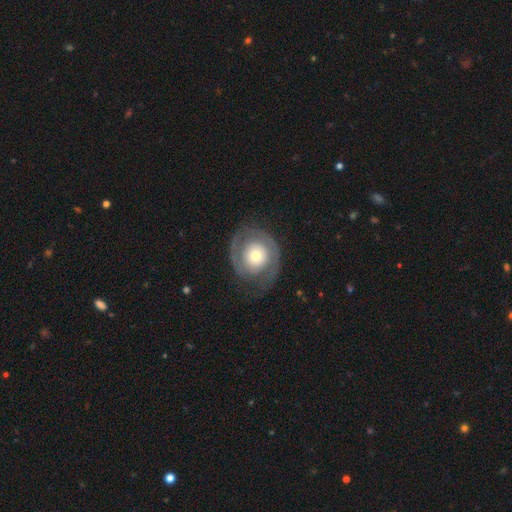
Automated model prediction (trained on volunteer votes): Smooth or featured? featured or disk (65%)
Edge-on disk? no (96%)
Bar? no (84%)
Spiral arms? yes (67%)
Bulge size? moderate (55%)
Merging? none (67%)